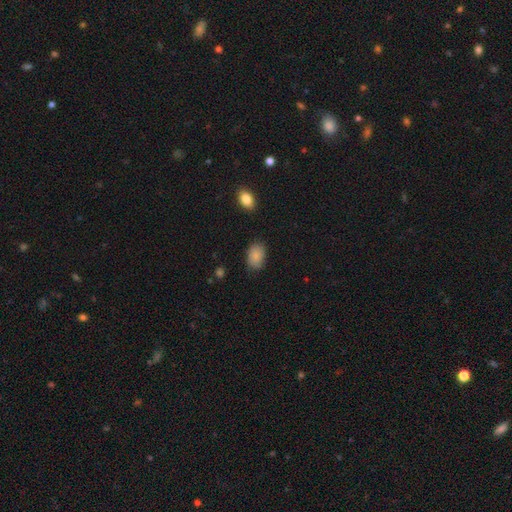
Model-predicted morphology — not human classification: smooth-or-featured: smooth: 86% | star or artifact: 7% | featured or disk: 7%
  how-rounded: in between: 85% | round: 14% | cigar-shaped: 1%
  merging: none: 74% | minor disturbance: 20% | major disturbance: 4% | merger: 2%